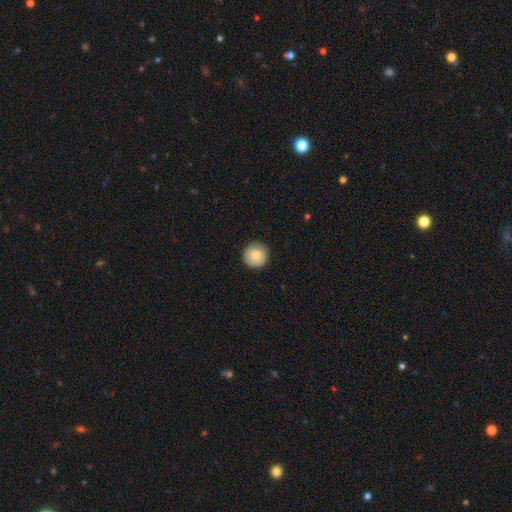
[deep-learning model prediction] A smooth galaxy with no disk features (80%) that is round (96%).

Vote fractions:
- Smooth or featured? smooth: 80% / featured or disk: 13% / star or artifact: 7%
- How rounded? round: 96% / in between: 3% / cigar-shaped: 1%
- Merging? none: 90% / minor disturbance: 8% / major disturbance: 2% / merger: 1%